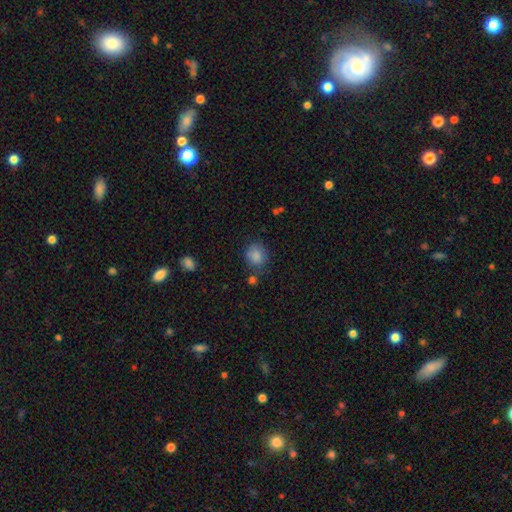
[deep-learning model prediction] This appears to be a smooth galaxy with no disk features (85%) that is round (72%). Merging: none (69%).